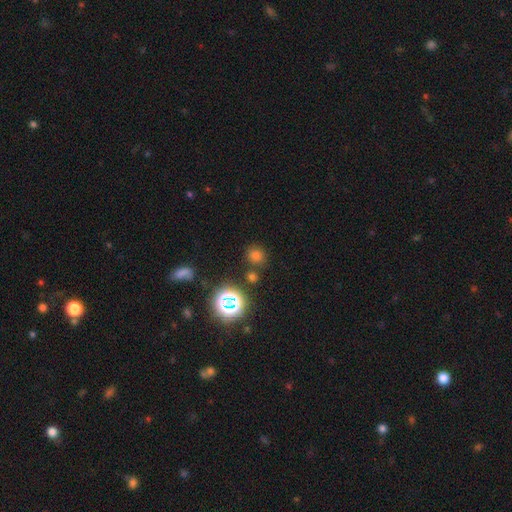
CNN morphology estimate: Smooth or featured?
  - smooth: 68% *
  - star or artifact: 26%
  - featured or disk: 6%
How rounded?
  - round: 81% *
  - in between: 18%
  - cigar-shaped: 1%
Merging?
  - none: 76% *
  - merger: 10%
  - minor disturbance: 10%
  - major disturbance: 4%